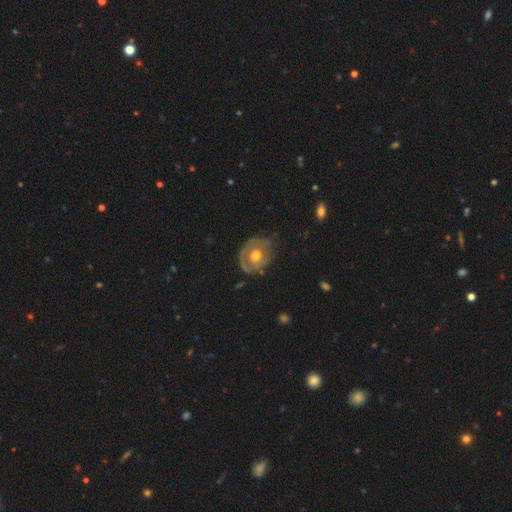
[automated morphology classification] Smooth or featured: featured or disk — 61% (smooth — 33%)
Edge-on disk: no — 95% (yes — 5%)
Bar: no — 85% (weak — 12%)
Spiral arms: no — 61% (yes — 39%)
Bulge size: moderate — 72% (large — 17%)
Merging: none — 62% (minor disturbance — 26%)